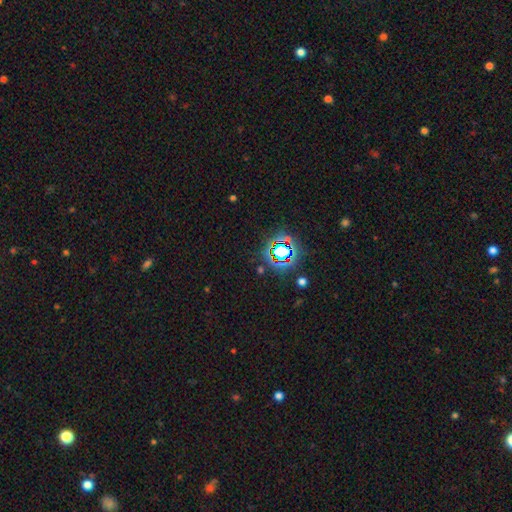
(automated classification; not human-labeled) star or artifact 79%, smooth 13%, featured or disk 8%.